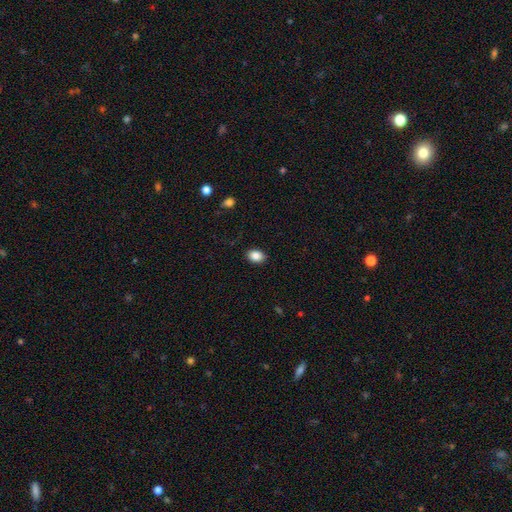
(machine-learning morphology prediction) smooth 87%, star or artifact 9%, featured or disk 4%. Down the decision tree: how rounded — in between (73%); merging — none (89%).